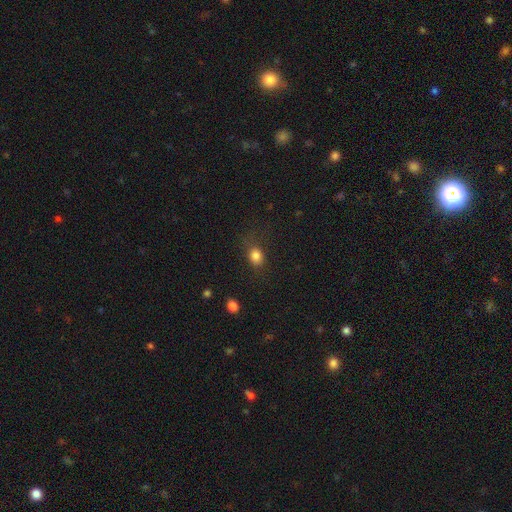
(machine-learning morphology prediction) A smooth galaxy with no disk features (82%) that is in between round and cigar-shaped (51%).

Vote fractions:
- Smooth or featured? smooth: 82% / star or artifact: 11% / featured or disk: 6%
- How rounded? in between: 51% / round: 48% / cigar-shaped: 1%
- Merging? none: 67% / minor disturbance: 20% / major disturbance: 11% / merger: 2%